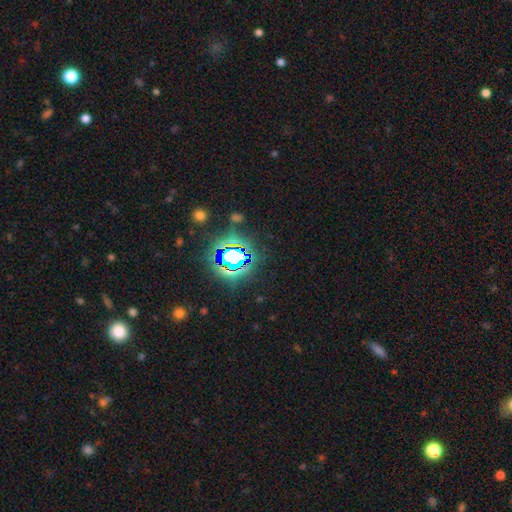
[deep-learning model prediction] star or artifact 80%, smooth 13%, featured or disk 7%.